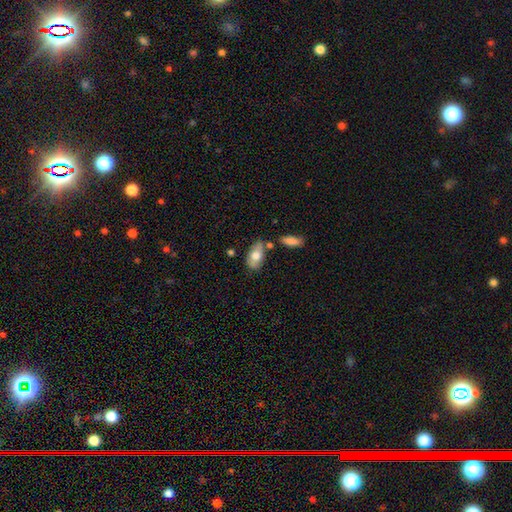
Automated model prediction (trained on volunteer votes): Smooth or featured?
  - smooth: 69% *
  - featured or disk: 24%
  - star or artifact: 6%
How rounded?
  - in between: 91% *
  - round: 5%
  - cigar-shaped: 4%
Merging?
  - none: 61% *
  - minor disturbance: 21%
  - merger: 13%
  - major disturbance: 5%